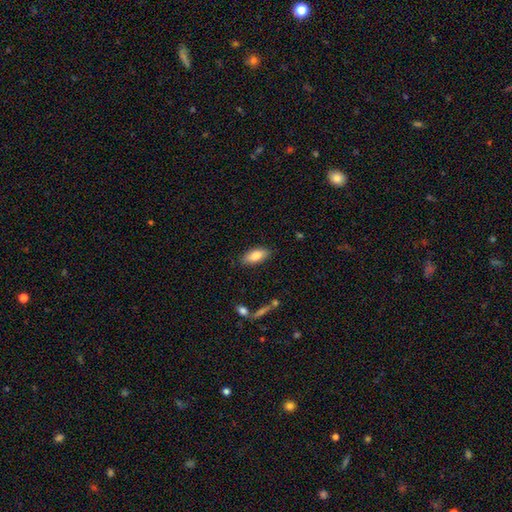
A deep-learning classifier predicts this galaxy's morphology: smooth-or-featured: smooth: 81% | featured or disk: 13% | star or artifact: 7%
  how-rounded: in between: 81% | cigar-shaped: 17% | round: 2%
  merging: none: 85% | minor disturbance: 11% | major disturbance: 2% | merger: 2%